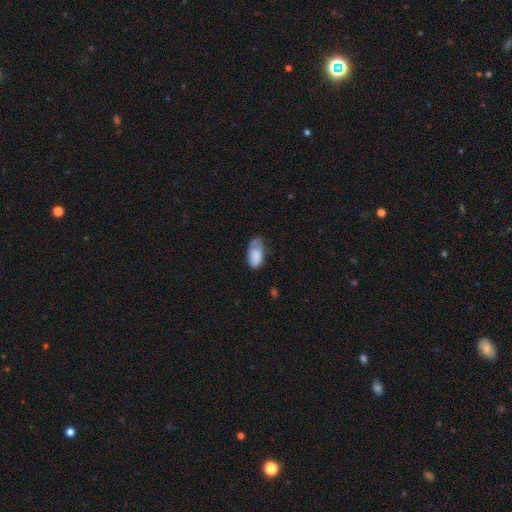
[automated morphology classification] smooth_or_featured: smooth (p=0.81) [alt: featured or disk p=0.12]
how_rounded: in between (p=0.94) [alt: round p=0.03]
merging: none (p=0.44) [alt: minor disturbance p=0.38]